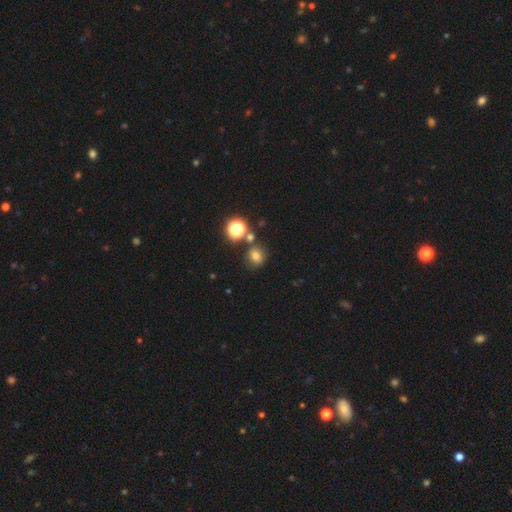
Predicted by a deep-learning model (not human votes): A smooth galaxy with no disk features (69%) that is round (81%). Merging: none (74%).